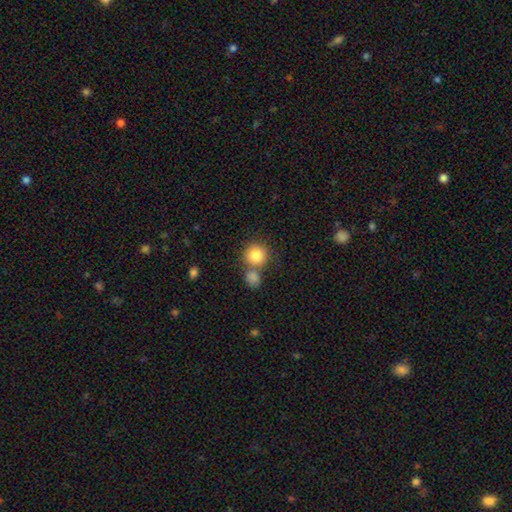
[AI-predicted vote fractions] Overall: smooth (84%). How rounded: round (89%). Merging: none (55%; merger 33%).